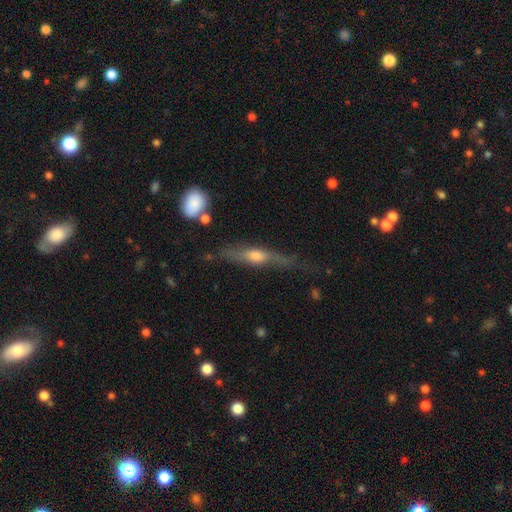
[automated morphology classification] Overall: featured or disk (61%; smooth 32%). Edge-on disk: yes (86%). Edge-on bulge: rounded (85%). Merging: none (57%; minor disturbance 25%).